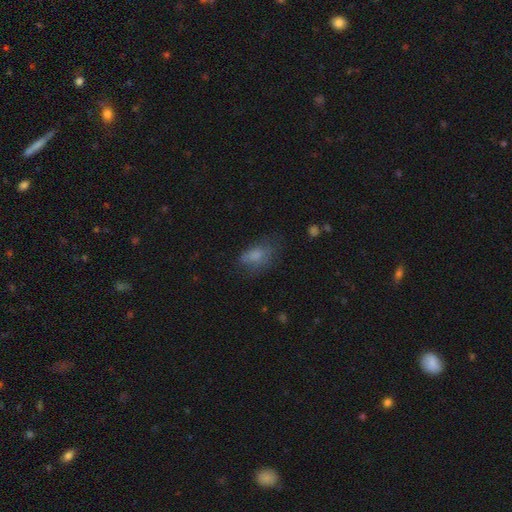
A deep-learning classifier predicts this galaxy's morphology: Q: Smooth or featured?
A: smooth (70%); runner-up: featured or disk (18%)
Q: How rounded?
A: in between (86%); runner-up: round (9%)
Q: Merging?
A: none (48%); runner-up: minor disturbance (29%)